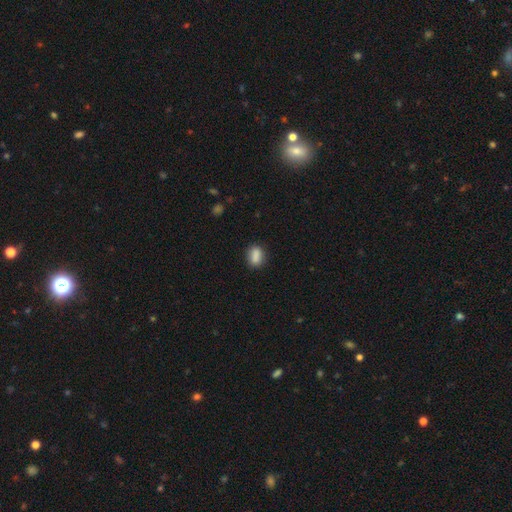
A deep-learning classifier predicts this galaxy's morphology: The model was most divided on "how rounded": in between: 72%, round: 24%, cigar-shaped: 4%. More confident: smooth or featured — smooth (86%); merging — none (80%).